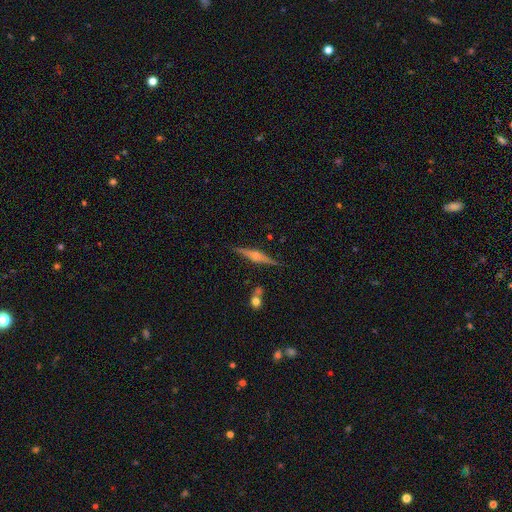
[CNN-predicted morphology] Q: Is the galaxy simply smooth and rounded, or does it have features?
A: featured or disk — 76%.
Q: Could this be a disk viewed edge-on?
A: yes — 97%.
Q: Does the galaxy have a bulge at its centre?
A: rounded — 83%.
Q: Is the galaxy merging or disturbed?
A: none — 86%.